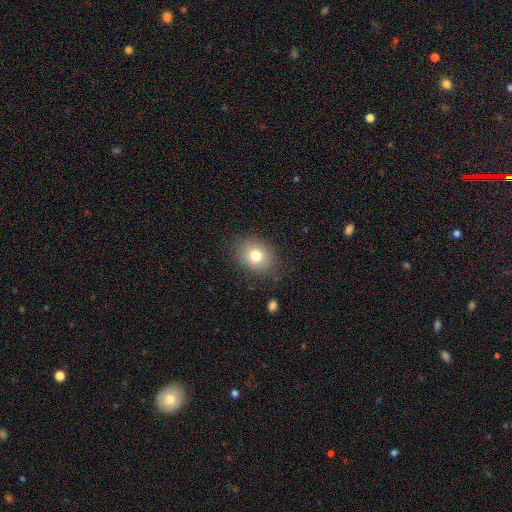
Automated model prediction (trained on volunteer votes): The model was most divided on "how rounded": round: 56%, in between: 43%, cigar-shaped: 1%. More confident: merging — none (83%); smooth or featured — smooth (77%).